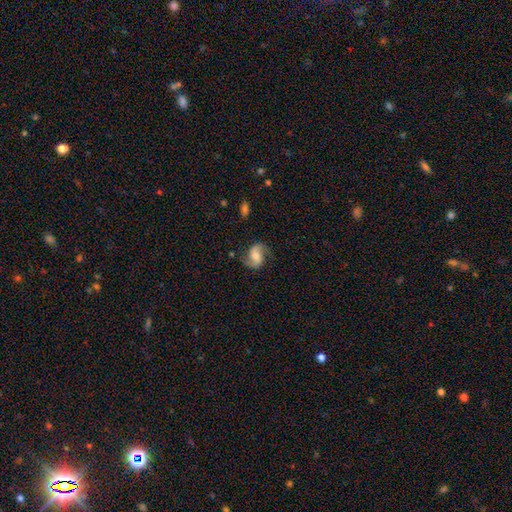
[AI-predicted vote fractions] A featured or disk galaxy (79%) with a weak bar (43%), 2 (92%) loose (47%) spiral arms (96%) and a moderate central bulge (54%). Merging: none (78%).